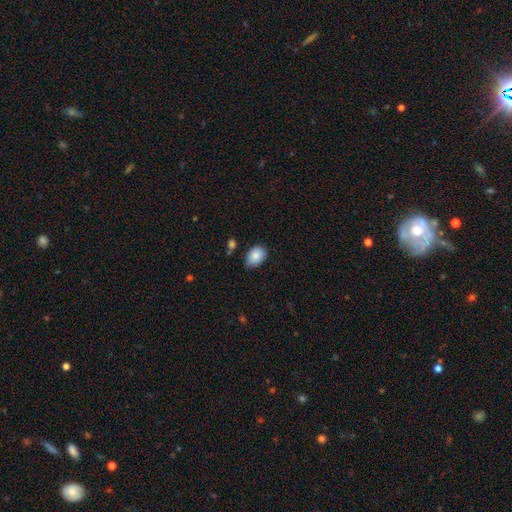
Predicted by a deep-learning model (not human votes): Smooth or featured? smooth (86%)
How rounded? in between (76%)
Merging? none (66%)